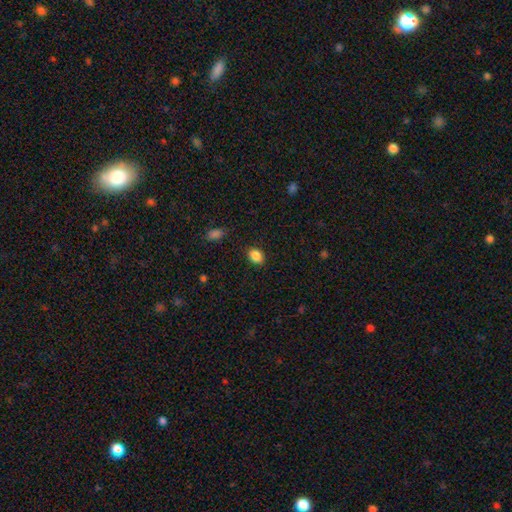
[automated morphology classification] Q: Smooth or featured?
A: smooth (87%); runner-up: star or artifact (10%)
Q: How rounded?
A: in between (60%); runner-up: round (39%)
Q: Merging?
A: none (87%); runner-up: minor disturbance (10%)